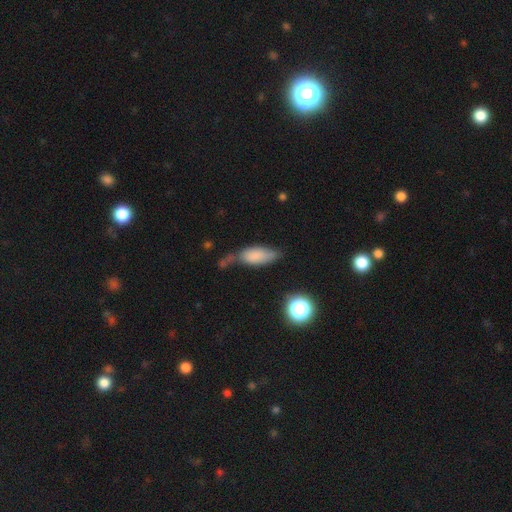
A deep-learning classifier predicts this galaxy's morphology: A smooth galaxy with no disk features (75%) that is in between round and cigar-shaped (79%). Merging: none (37%).